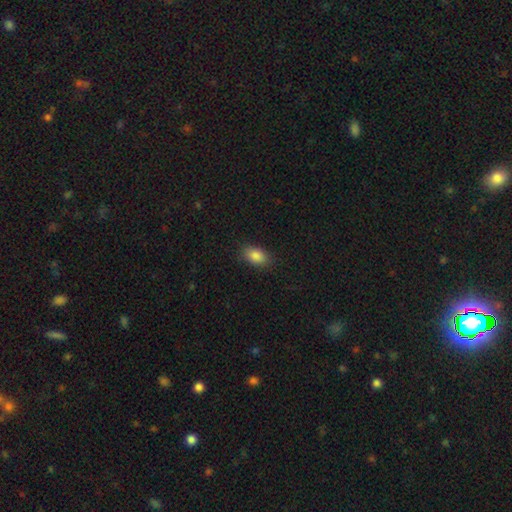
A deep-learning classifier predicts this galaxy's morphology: type=smooth (87%); roundness=in between (87%); merging=none (86%).